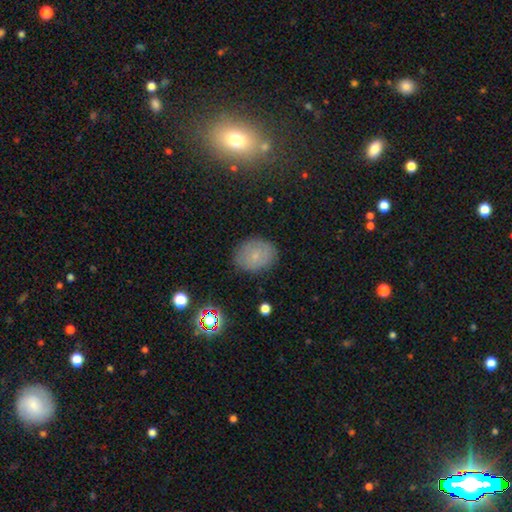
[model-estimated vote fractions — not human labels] This is likely a smooth galaxy (67%). How rounded: possibly in between (50%). Merging: clearly none (83%).